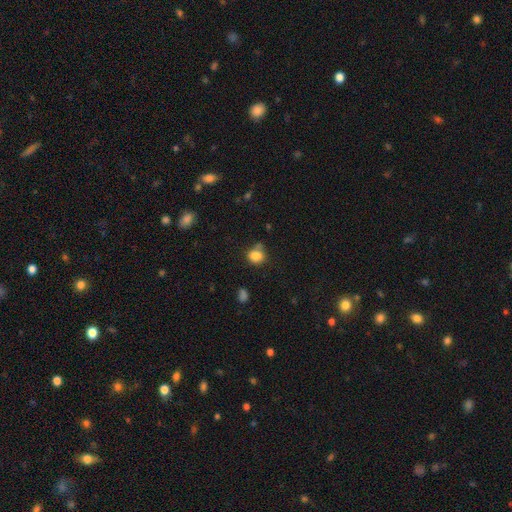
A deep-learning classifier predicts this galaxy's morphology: A smooth galaxy with no disk features (83%) that is round (75%). Merging: none (65%).